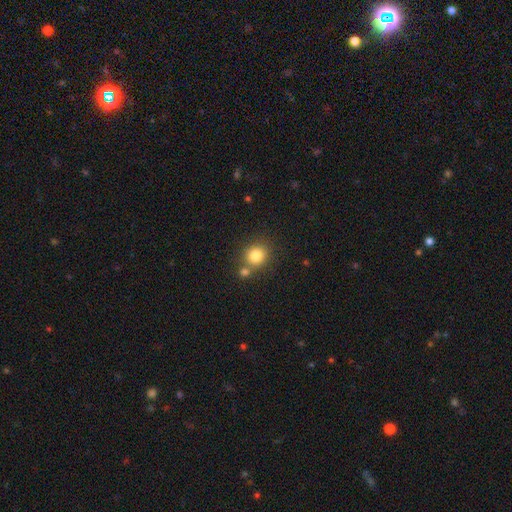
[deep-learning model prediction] Morphology: type=smooth (81%); roundness=round (84%); merging=none (64%).